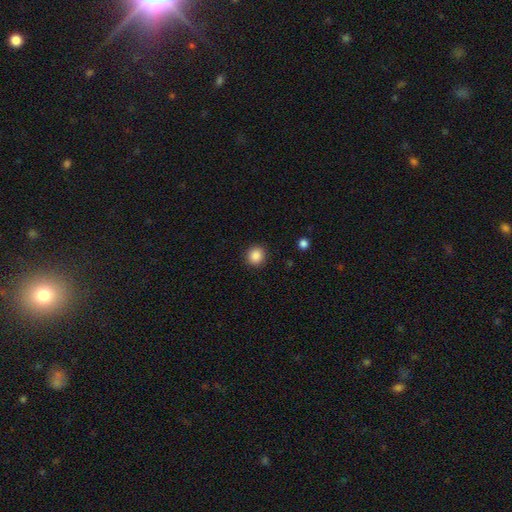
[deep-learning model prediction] Q: Smooth or featured?
A: smooth (87%); runner-up: star or artifact (10%)
Q: How rounded?
A: round (89%); runner-up: in between (10%)
Q: Merging?
A: none (91%); runner-up: minor disturbance (6%)